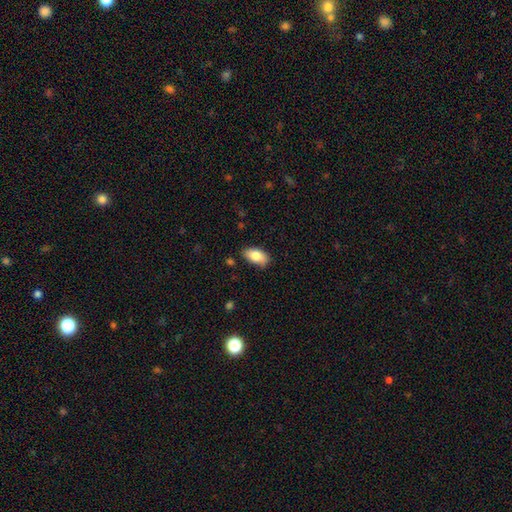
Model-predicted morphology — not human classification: Smooth or featured? Predicted: smooth (p=0.81). How rounded? Predicted: in between (p=0.93). Merging? Predicted: none (p=0.80).